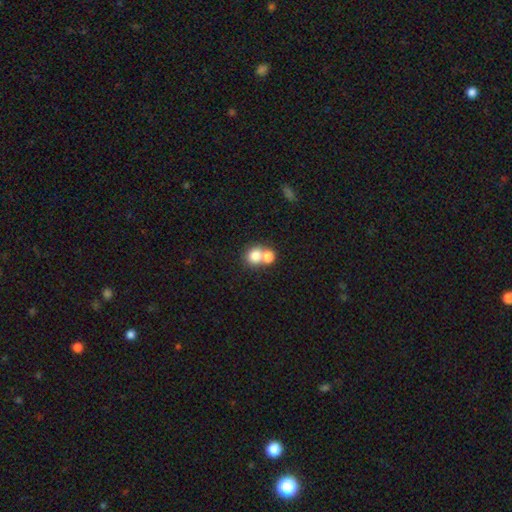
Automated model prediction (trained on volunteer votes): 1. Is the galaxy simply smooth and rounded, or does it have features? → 77% smooth, 12% featured or disk, 10% star or artifact.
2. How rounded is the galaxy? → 77% round, 22% in between, 1% cigar-shaped.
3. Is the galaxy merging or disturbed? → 58% merger, 34% none, 5% minor disturbance, 3% major disturbance.